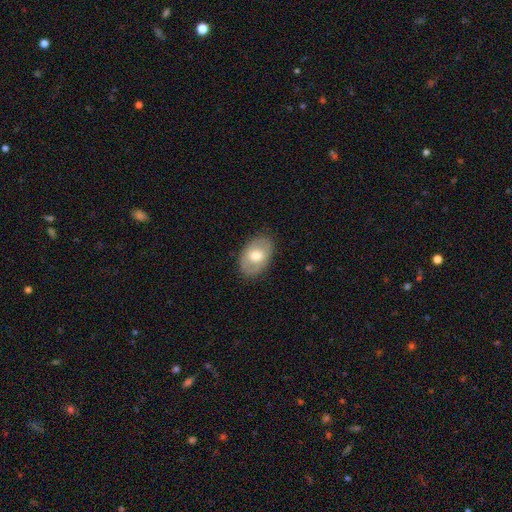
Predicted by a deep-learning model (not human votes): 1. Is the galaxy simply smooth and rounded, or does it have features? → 63% smooth, 30% featured or disk, 6% star or artifact.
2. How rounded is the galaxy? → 85% in between, 14% round, 1% cigar-shaped.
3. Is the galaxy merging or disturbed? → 84% none, 11% minor disturbance, 3% major disturbance, 1% merger.